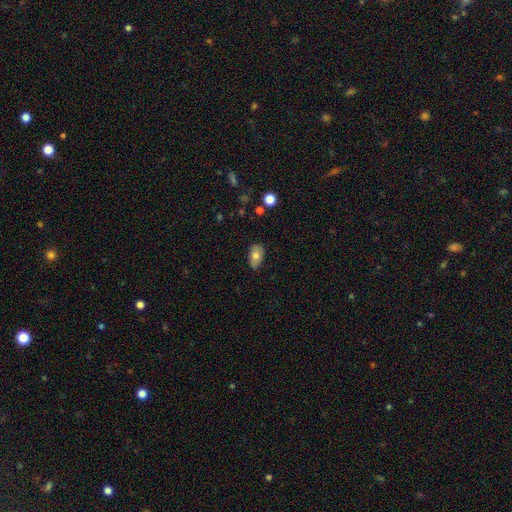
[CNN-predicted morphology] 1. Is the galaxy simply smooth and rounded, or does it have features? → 72% smooth, 20% featured or disk, 8% star or artifact.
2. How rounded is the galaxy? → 91% in between, 8% round, 2% cigar-shaped.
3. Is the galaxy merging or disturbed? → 75% none, 20% minor disturbance, 3% major disturbance, 1% merger.